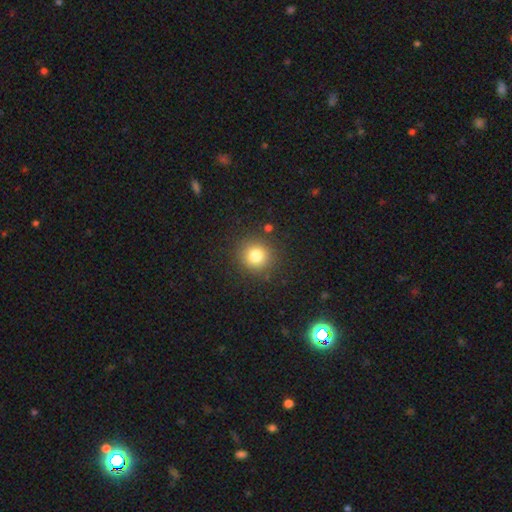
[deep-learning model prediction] Smooth or featured?
  - smooth: 79% *
  - star or artifact: 13%
  - featured or disk: 7%
How rounded?
  - round: 91% *
  - in between: 8%
  - cigar-shaped: 1%
Merging?
  - none: 88% *
  - minor disturbance: 7%
  - major disturbance: 3%
  - merger: 2%